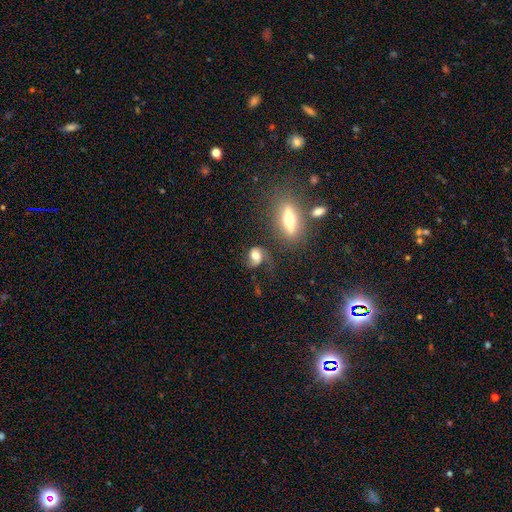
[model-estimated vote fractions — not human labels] Morphology: type=featured or disk (49%); merging=none (46%).